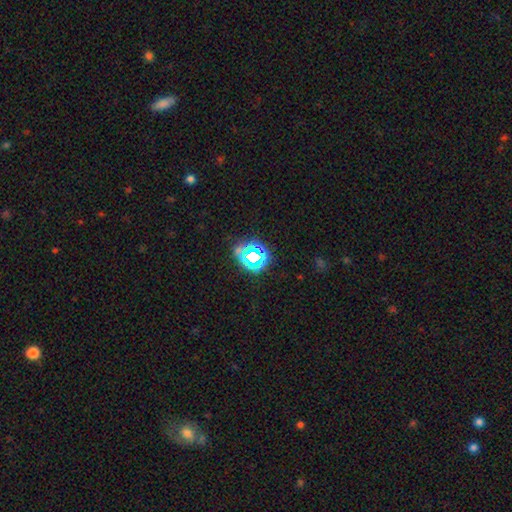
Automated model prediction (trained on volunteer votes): This appears to be a star or artifact, not a galaxy (65%).